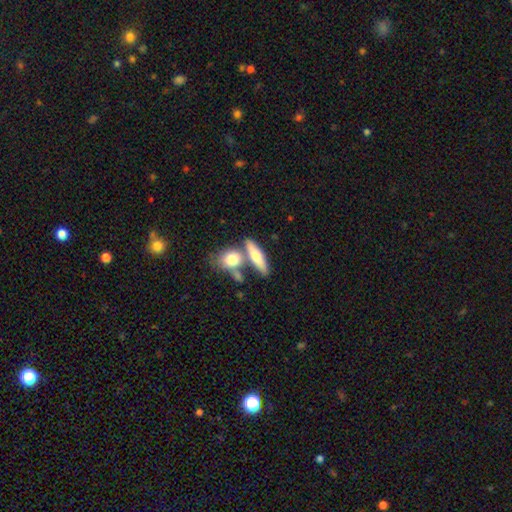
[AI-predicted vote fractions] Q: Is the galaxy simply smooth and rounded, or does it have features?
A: smooth — 66%.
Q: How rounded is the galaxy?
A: in between — 46%, tied with cigar-shaped.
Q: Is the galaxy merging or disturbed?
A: none — 51%.